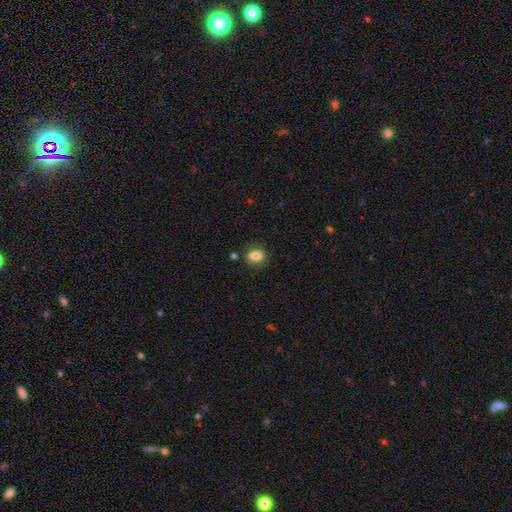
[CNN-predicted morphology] Overall: smooth (67%). How rounded: in between (66%; round 32%). Merging: none (72%).